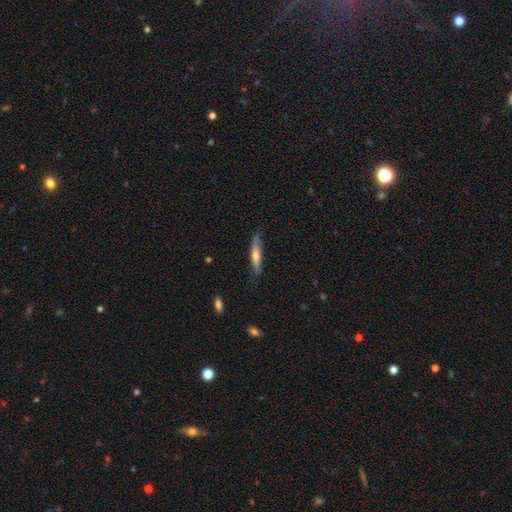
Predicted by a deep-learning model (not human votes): Overall: smooth (56%; featured or disk 38%). How rounded: cigar-shaped (83%). Merging: none (76%).